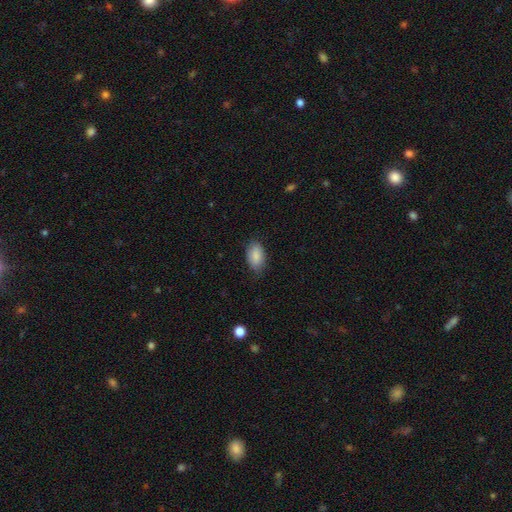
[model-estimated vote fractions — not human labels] smooth_or_featured: smooth (p=0.87) [alt: star or artifact p=0.06]
how_rounded: in between (p=0.93) [alt: round p=0.05]
merging: none (p=0.78) [alt: minor disturbance p=0.17]